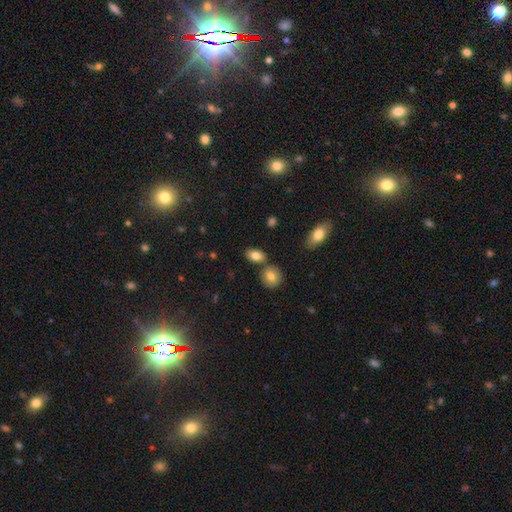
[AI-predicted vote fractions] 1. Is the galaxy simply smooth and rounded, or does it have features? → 84% smooth, 9% featured or disk, 8% star or artifact.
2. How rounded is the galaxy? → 87% in between, 11% round, 2% cigar-shaped.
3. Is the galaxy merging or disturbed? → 71% none, 15% merger, 11% minor disturbance, 3% major disturbance.